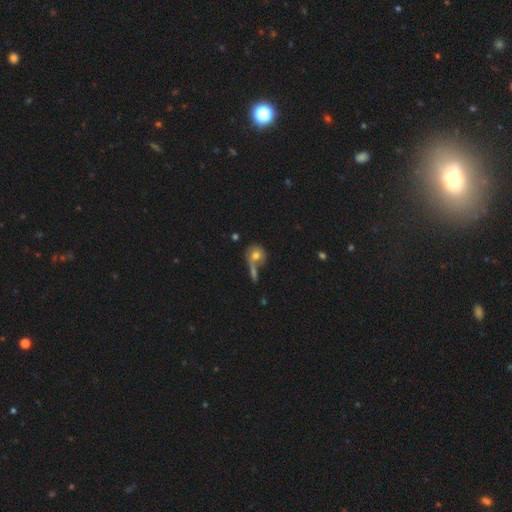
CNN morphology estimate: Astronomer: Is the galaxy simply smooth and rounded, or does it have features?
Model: smooth — 68%.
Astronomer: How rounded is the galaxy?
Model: round — 75%.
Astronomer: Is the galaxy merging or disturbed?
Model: none — 41% (runner-up: merger, 35%).